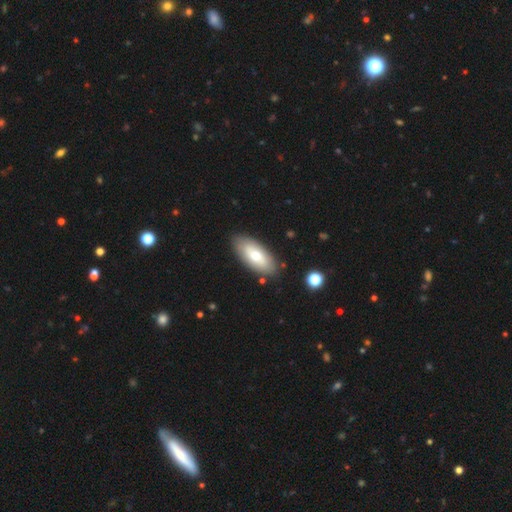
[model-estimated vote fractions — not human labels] smooth 61%, featured or disk 33%, star or artifact 6%. Down the decision tree: how rounded — in between (89%); merging — none (85%).